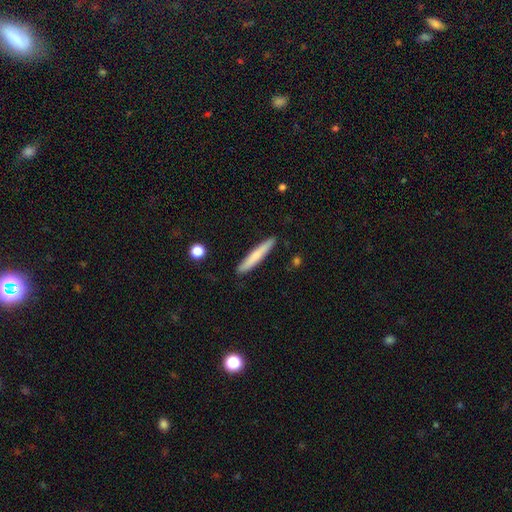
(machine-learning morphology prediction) Smooth or featured?
  - smooth: 70% *
  - featured or disk: 24%
  - star or artifact: 6%
How rounded?
  - cigar-shaped: 95% *
  - in between: 4%
  - round: 1%
Merging?
  - none: 90% *
  - minor disturbance: 8%
  - major disturbance: 2%
  - merger: 1%